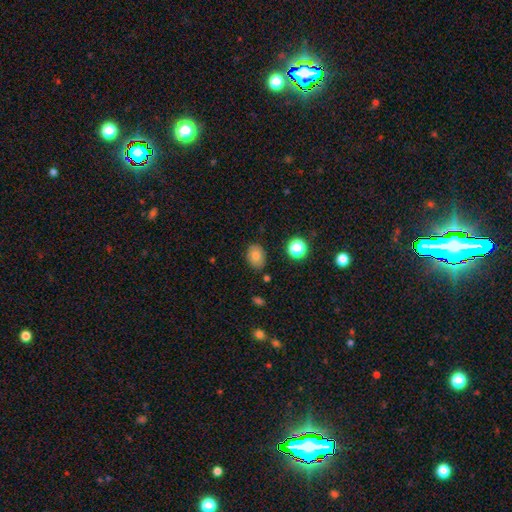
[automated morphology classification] This is likely a smooth galaxy (78%). How rounded: likely in between (67%). Merging: clearly none (82%).